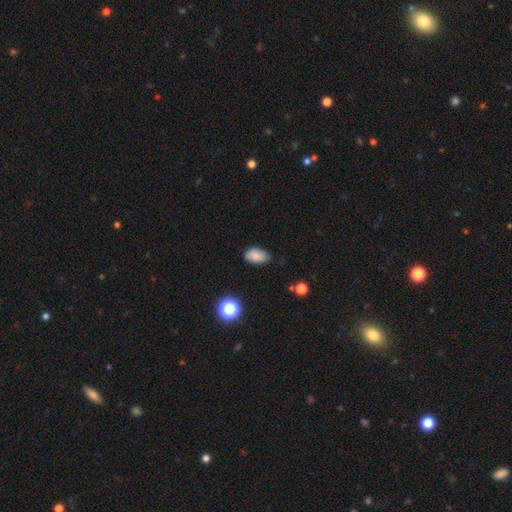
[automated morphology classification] A smooth galaxy with no disk features (82%) that is in between round and cigar-shaped (90%).

Vote fractions:
- Smooth or featured? smooth: 82% / star or artifact: 10% / featured or disk: 8%
- How rounded? in between: 90% / round: 8% / cigar-shaped: 2%
- Merging? none: 70% / minor disturbance: 24% / major disturbance: 4% / merger: 2%